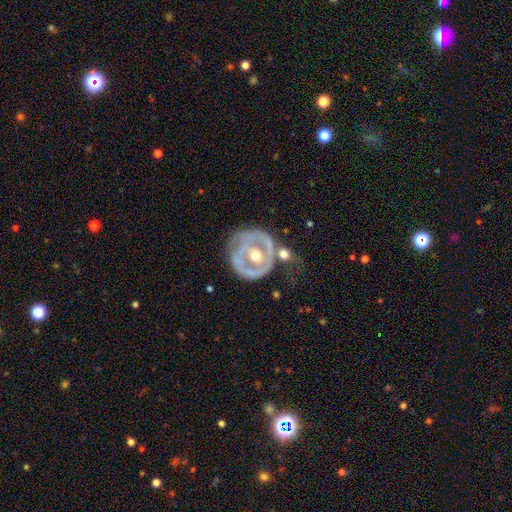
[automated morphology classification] type=featured or disk (77%); edge-on=no (96%); bar=no (54%); spiral arms=yes (52%); bulge=moderate (73%); merging=none (54%).